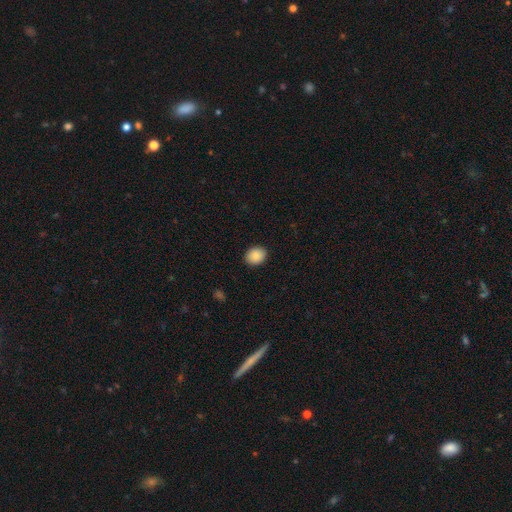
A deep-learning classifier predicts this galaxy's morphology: This appears to be a smooth galaxy with no disk features (88%) that is round (53%). Merging: none (90%).